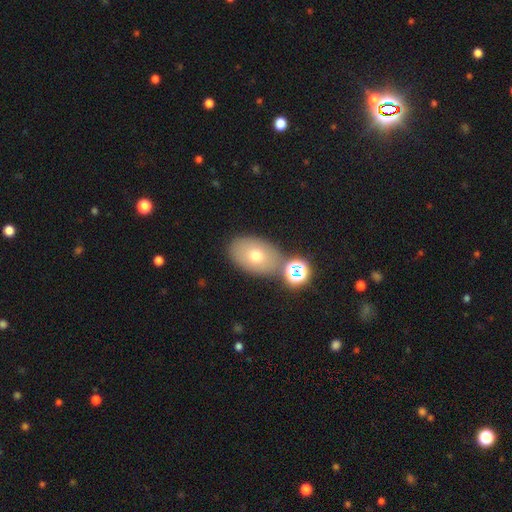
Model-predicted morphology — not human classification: Q: Smooth or featured?
A: smooth (68%); runner-up: featured or disk (20%)
Q: How rounded?
A: in between (84%); runner-up: round (15%)
Q: Merging?
A: none (75%); runner-up: minor disturbance (12%)